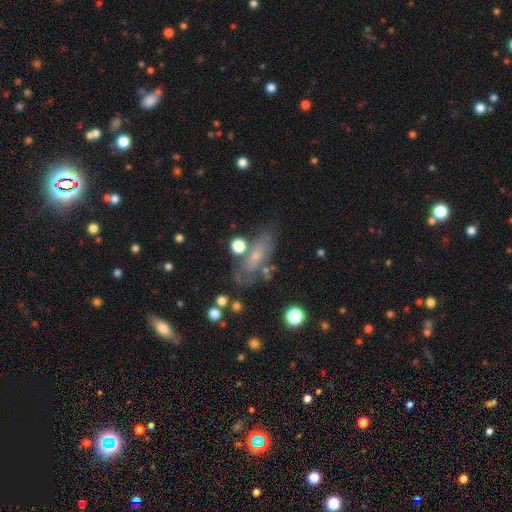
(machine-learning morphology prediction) smooth 46%, featured or disk 43%, star or artifact 11%. Down the decision tree: merging — none (60%).